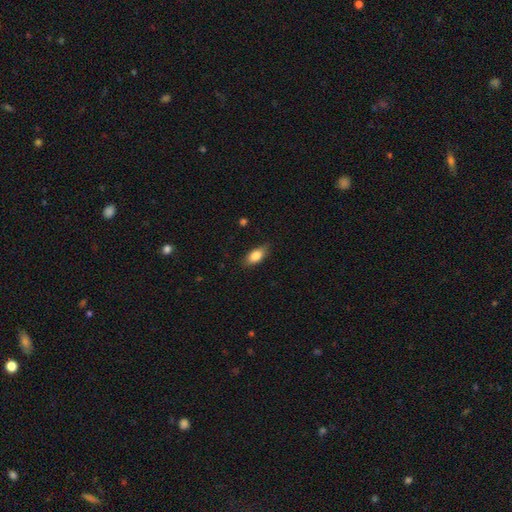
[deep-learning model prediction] Smooth or featured? smooth (83%)
How rounded? in between (87%)
Merging? none (82%)